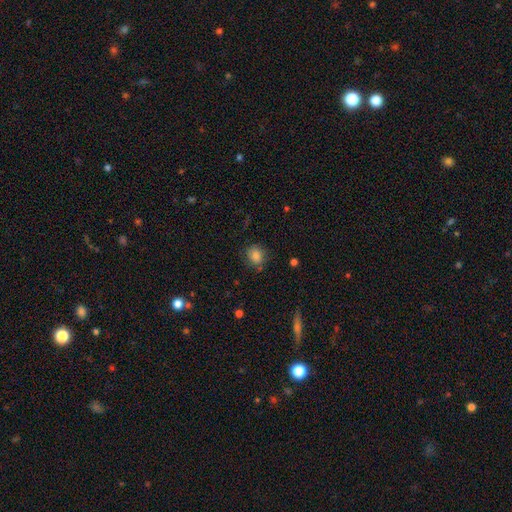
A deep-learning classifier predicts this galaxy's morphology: smooth-or-featured: smooth: 80% | star or artifact: 11% | featured or disk: 9%
  how-rounded: round: 72% | in between: 27% | cigar-shaped: 1%
  merging: none: 77% | minor disturbance: 16% | major disturbance: 4% | merger: 3%